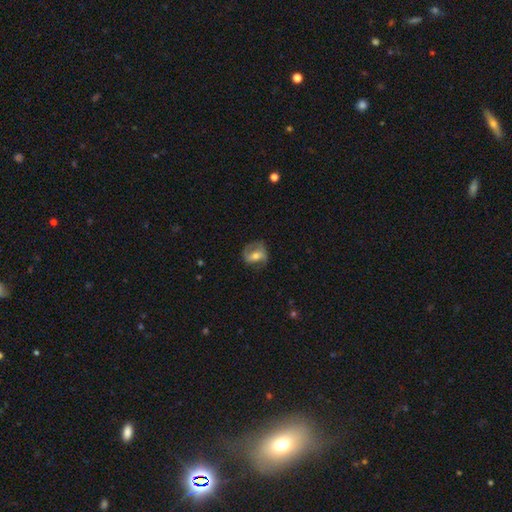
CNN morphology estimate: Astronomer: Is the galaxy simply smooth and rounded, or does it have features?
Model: featured or disk — 66%.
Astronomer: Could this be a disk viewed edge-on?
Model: no — 96%.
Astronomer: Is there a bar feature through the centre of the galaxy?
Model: weak — 38% (runner-up: strong, 35%).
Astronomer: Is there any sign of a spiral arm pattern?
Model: yes — 81%.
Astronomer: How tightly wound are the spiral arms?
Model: medium — 46% (runner-up: loose, 28%).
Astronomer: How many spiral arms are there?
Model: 2 — 79%.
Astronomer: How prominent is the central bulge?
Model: moderate — 61%.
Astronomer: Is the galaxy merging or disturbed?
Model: none — 65%.